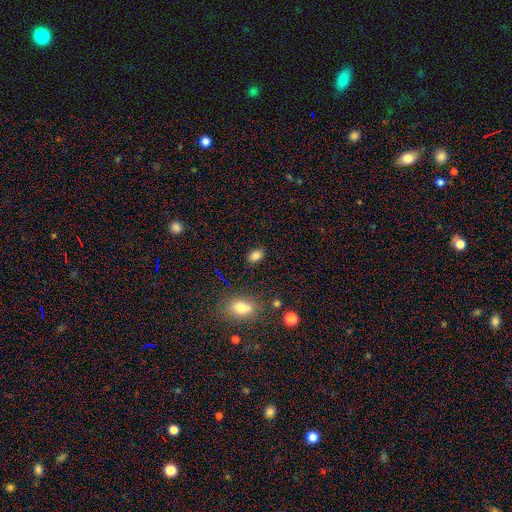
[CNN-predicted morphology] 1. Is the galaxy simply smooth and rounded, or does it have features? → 81% smooth, 13% star or artifact, 5% featured or disk.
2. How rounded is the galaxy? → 82% in between, 16% round, 2% cigar-shaped.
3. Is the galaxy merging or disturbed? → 86% none, 10% minor disturbance, 3% major disturbance, 2% merger.